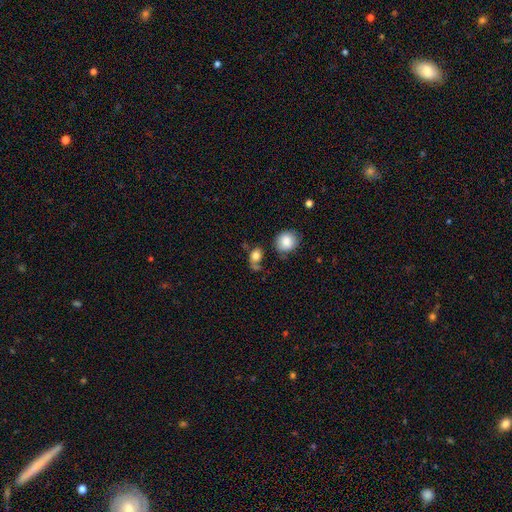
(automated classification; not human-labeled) Smooth or featured? smooth (79%)
How rounded? in between (51%)
Merging? none (49%)